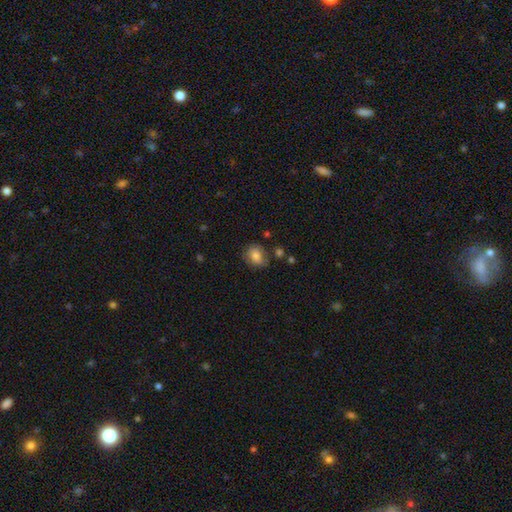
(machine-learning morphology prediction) smooth 77%, featured or disk 14%, star or artifact 9%. Down the decision tree: how rounded — round (54%); merging — none (69%).